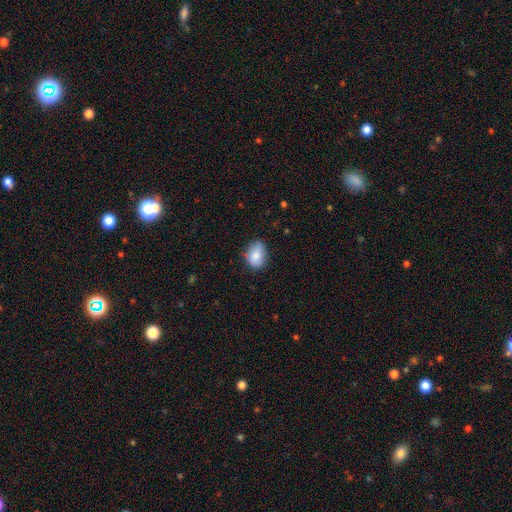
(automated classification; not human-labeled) Overall: smooth (83%). How rounded: in between (72%). Merging: none (73%).